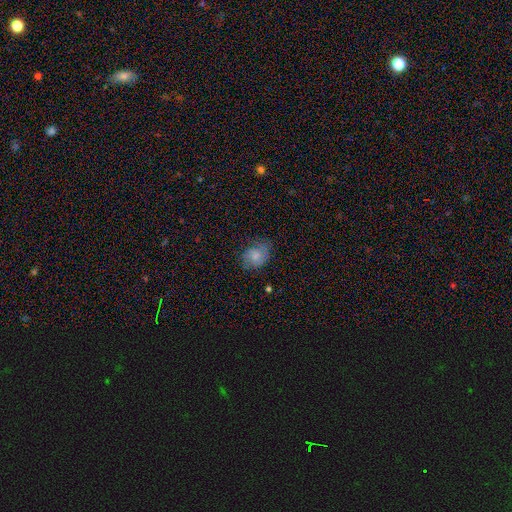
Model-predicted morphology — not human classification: Smooth or featured? Predicted: smooth (p=0.65). How rounded? Predicted: in between (p=0.61). Merging? Predicted: none (p=0.63).